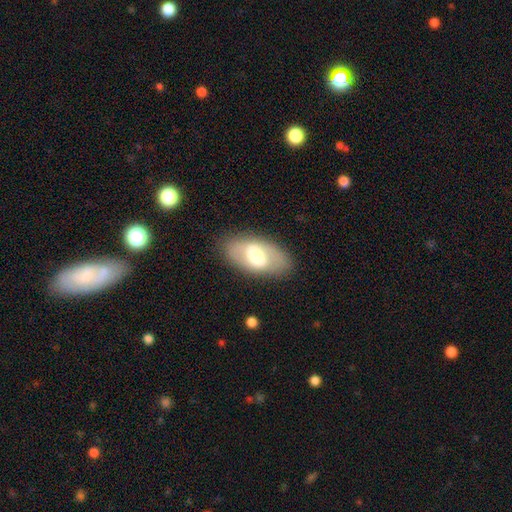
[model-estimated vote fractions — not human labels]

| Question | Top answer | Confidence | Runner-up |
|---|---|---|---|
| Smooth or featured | smooth | 49% | featured or disk (44%) |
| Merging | none | 82% | minor disturbance (12%) |